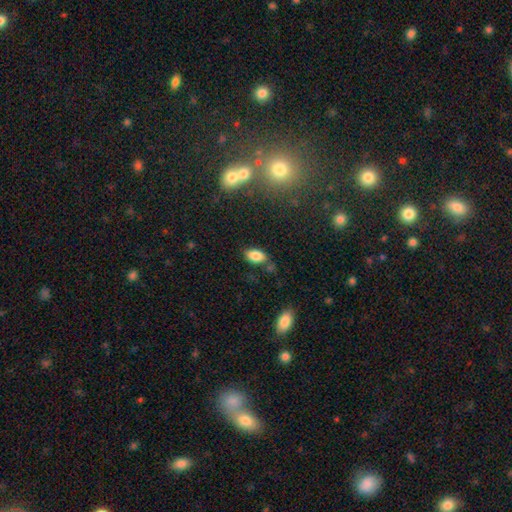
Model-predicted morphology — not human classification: A smooth galaxy with no disk features (85%) that is in between round and cigar-shaped (92%). Merging: none (73%).